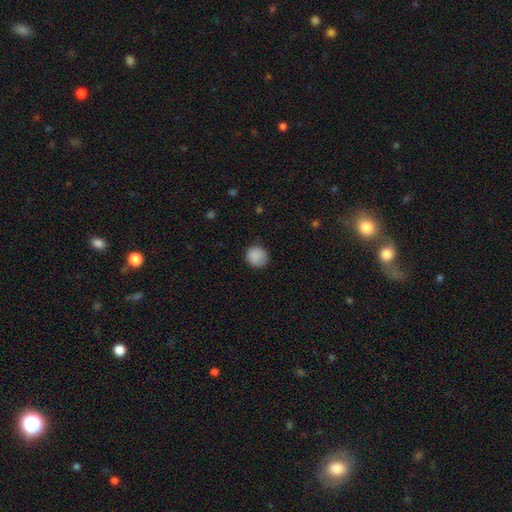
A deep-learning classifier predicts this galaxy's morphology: This appears to be a smooth galaxy with no disk features (88%) that is round (88%). Merging: none (83%).